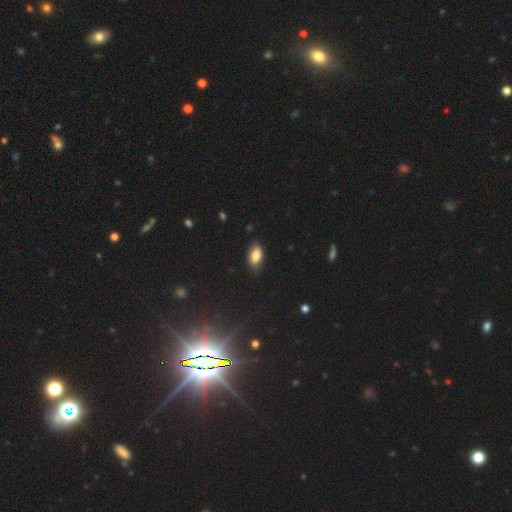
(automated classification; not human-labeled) A smooth galaxy with no disk features (82%) that is in between round and cigar-shaped (92%).

Vote fractions:
- Smooth or featured? smooth: 82% / featured or disk: 10% / star or artifact: 8%
- How rounded? in between: 92% / cigar-shaped: 4% / round: 4%
- Merging? none: 81% / minor disturbance: 15% / major disturbance: 3% / merger: 1%